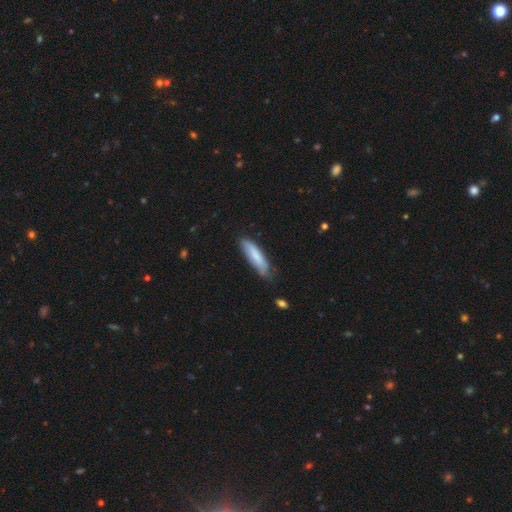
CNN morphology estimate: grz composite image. It shows a smooth galaxy with no disk features (76%) that is cigar-shaped (70%). Merging: none (68%).